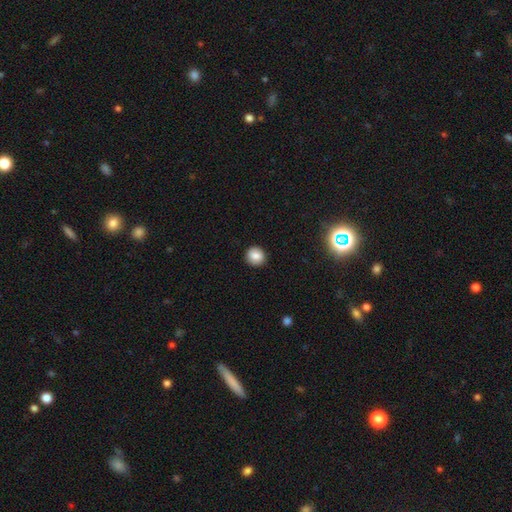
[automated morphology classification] The model was most divided on "smooth or featured": smooth: 83%, star or artifact: 10%, featured or disk: 7%. More confident: merging — none (90%); how rounded — round (88%).